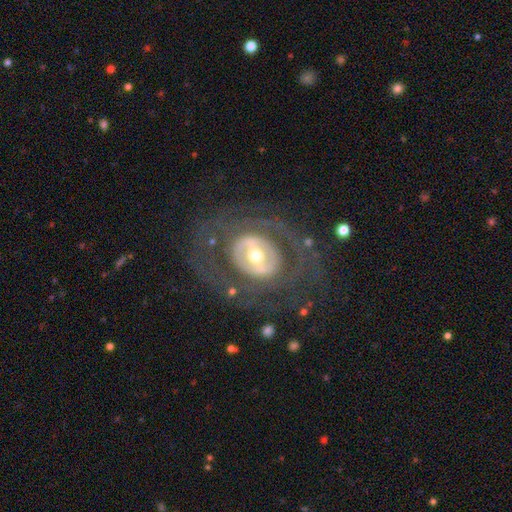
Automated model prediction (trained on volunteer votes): This is likely a featured or disk galaxy (75%). It is clearly not viewed edge-on (95%). Bar: possibly no (51%). Spiral arm pattern: likely no (60%). Central bulge: possibly moderate (60%). Merging: likely none (72%).